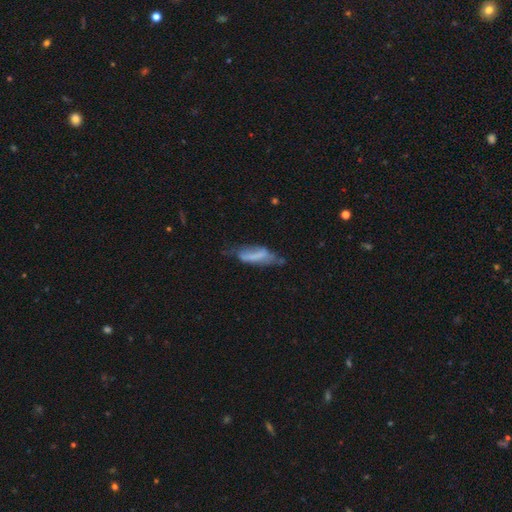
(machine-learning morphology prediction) type=smooth (52%); roundness=cigar-shaped (50%); merging=none (37%).